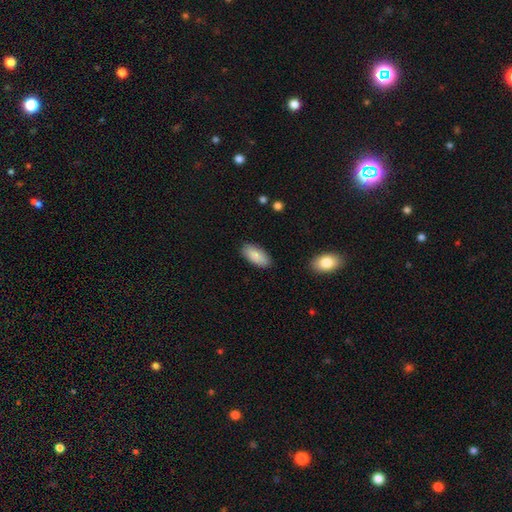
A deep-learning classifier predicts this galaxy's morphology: smooth-or-featured: smooth: 87% | featured or disk: 7% | star or artifact: 6%
  how-rounded: in between: 92% | cigar-shaped: 6% | round: 2%
  merging: none: 87% | minor disturbance: 9% | major disturbance: 2% | merger: 1%